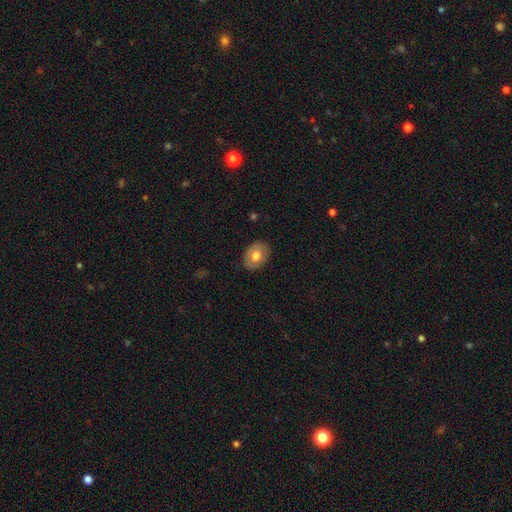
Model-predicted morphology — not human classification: Q: Smooth or featured?
A: smooth (69%); runner-up: featured or disk (24%)
Q: How rounded?
A: in between (68%); runner-up: round (31%)
Q: Merging?
A: none (85%); runner-up: minor disturbance (11%)